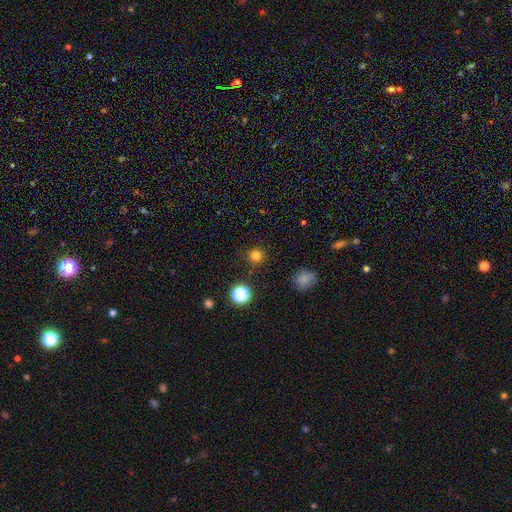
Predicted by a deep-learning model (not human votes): This is likely a smooth galaxy (79%). How rounded: clearly round (94%). Merging: clearly none (89%).